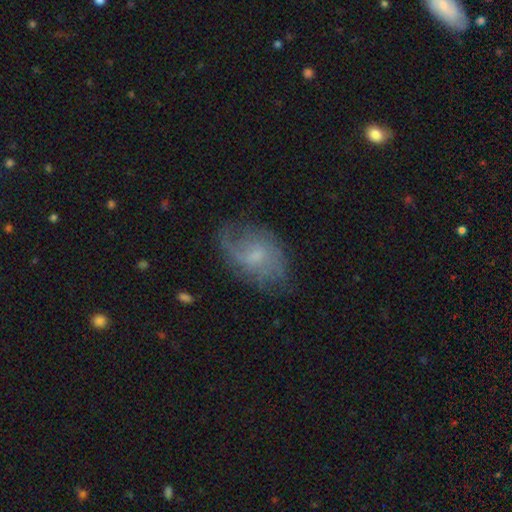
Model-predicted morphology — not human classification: Smooth or featured? featured or disk (60%)
Edge-on disk? no (96%)
Bar? no (55%)
Spiral arms? yes (81%)
Bulge size? small (54%)
Merging? none (60%)